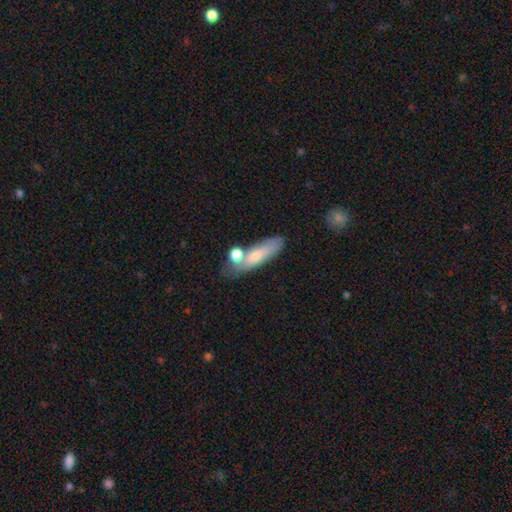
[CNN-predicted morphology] Smooth or featured? Predicted: smooth (p=0.69). How rounded? Predicted: cigar-shaped (p=0.50). Merging? Predicted: none (p=0.52).